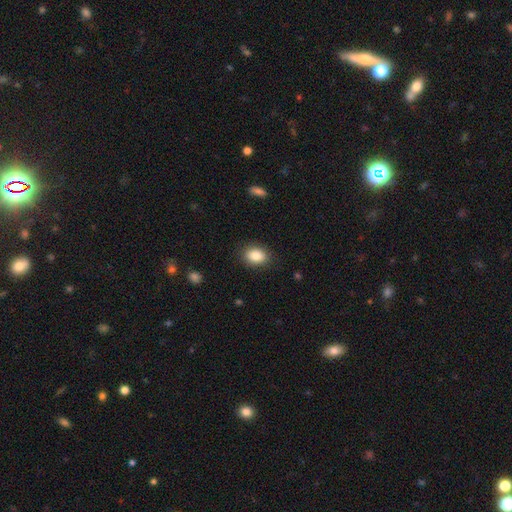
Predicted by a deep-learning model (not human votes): Smooth or featured: smooth — 86% (star or artifact — 8%)
How rounded: in between — 73% (round — 26%)
Merging: none — 87% (minor disturbance — 10%)